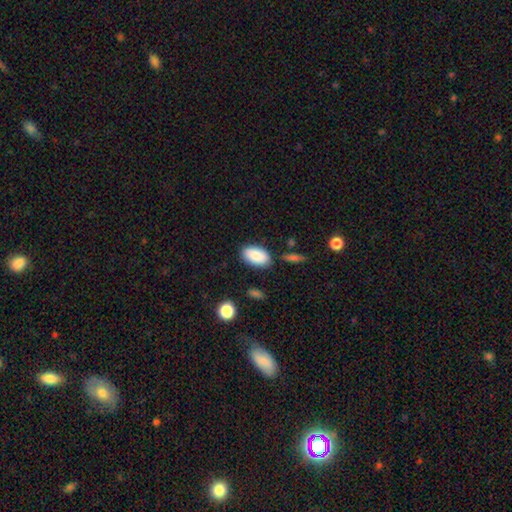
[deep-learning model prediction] smooth 87%, featured or disk 7%, star or artifact 6%. Down the decision tree: how rounded — in between (94%); merging — none (81%).